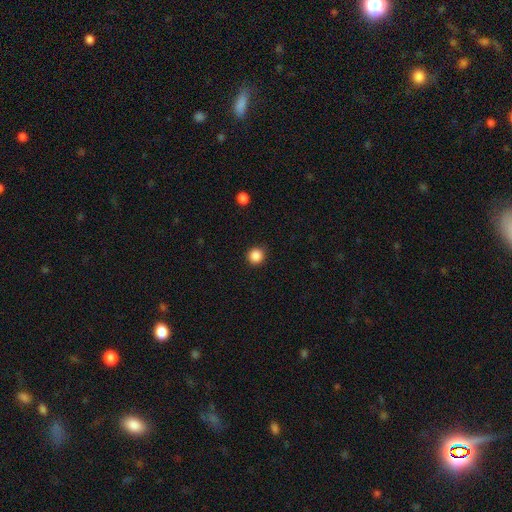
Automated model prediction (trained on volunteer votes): Smooth or featured?
  - smooth: 87% *
  - star or artifact: 10%
  - featured or disk: 3%
How rounded?
  - round: 95% *
  - in between: 4%
  - cigar-shaped: 1%
Merging?
  - none: 92% *
  - minor disturbance: 5%
  - major disturbance: 2%
  - merger: 1%